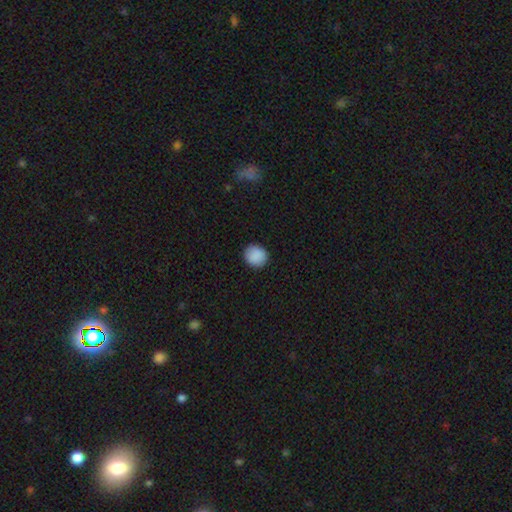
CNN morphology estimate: Smooth or featured? Predicted: smooth (p=0.89). How rounded? Predicted: round (p=0.89). Merging? Predicted: none (p=0.91).